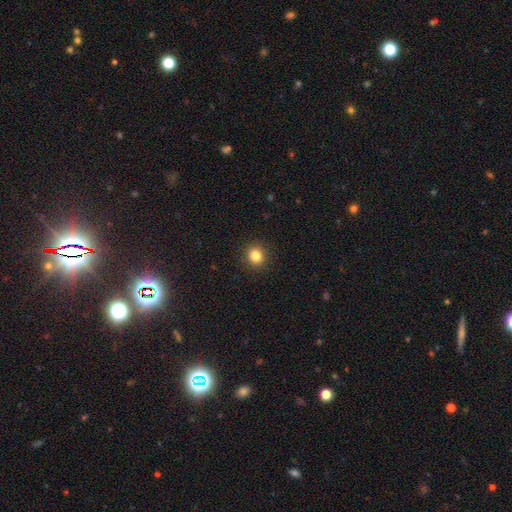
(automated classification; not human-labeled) Smooth or featured? Predicted: smooth (p=0.84). How rounded? Predicted: round (p=0.87). Merging? Predicted: none (p=0.92).